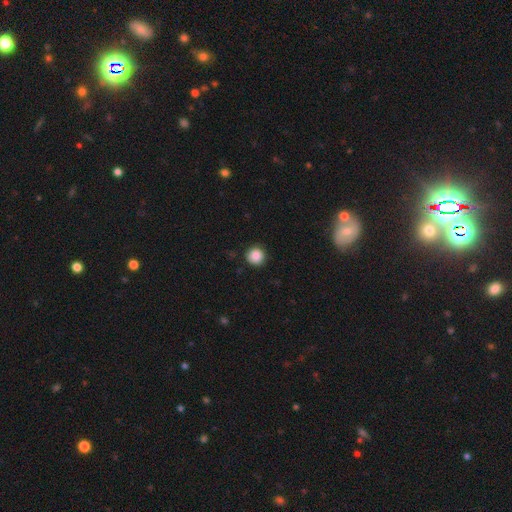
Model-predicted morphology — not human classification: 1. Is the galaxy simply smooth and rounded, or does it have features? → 87% smooth, 9% star or artifact, 4% featured or disk.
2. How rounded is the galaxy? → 94% round, 5% in between, 1% cigar-shaped.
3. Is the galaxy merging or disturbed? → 86% none, 10% minor disturbance, 2% major disturbance, 1% merger.